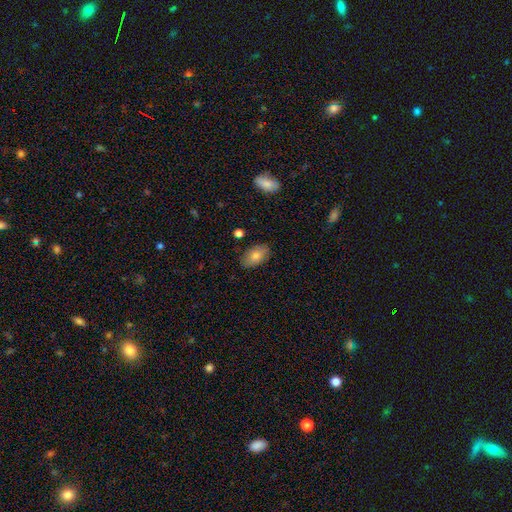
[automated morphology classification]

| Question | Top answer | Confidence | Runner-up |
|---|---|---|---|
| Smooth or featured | smooth | 79% | featured or disk (13%) |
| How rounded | in between | 93% | round (5%) |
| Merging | none | 85% | minor disturbance (11%) |